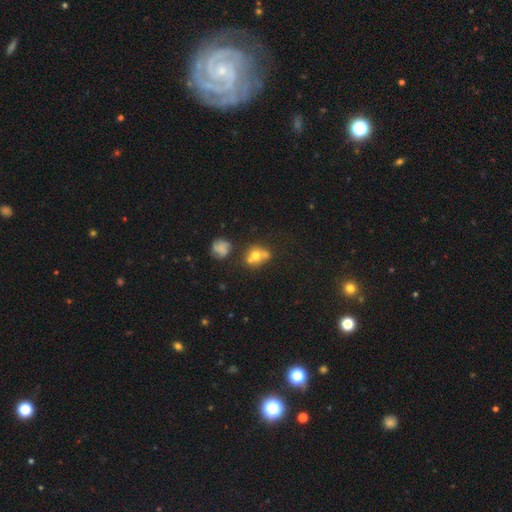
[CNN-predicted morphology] smooth-or-featured: smooth: 64% | featured or disk: 23% | star or artifact: 12%
  how-rounded: round: 64% | in between: 35% | cigar-shaped: 1%
  merging: merger: 44% | none: 36% | minor disturbance: 13% | major disturbance: 7%